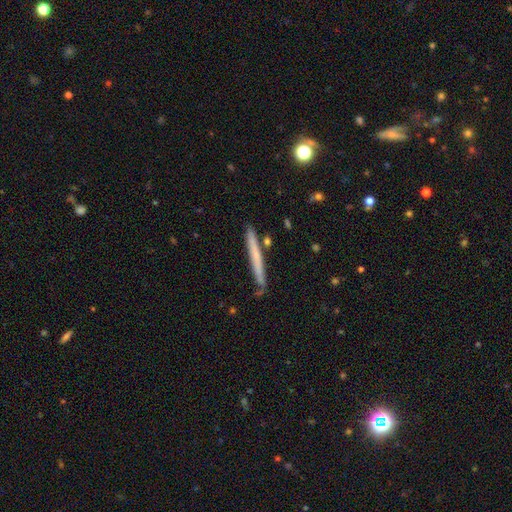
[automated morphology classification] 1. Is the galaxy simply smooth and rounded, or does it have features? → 56% smooth, 38% featured or disk, 6% star or artifact.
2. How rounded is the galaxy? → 97% cigar-shaped, 2% in between, 1% round.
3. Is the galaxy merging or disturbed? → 84% none, 11% minor disturbance, 3% merger, 2% major disturbance.